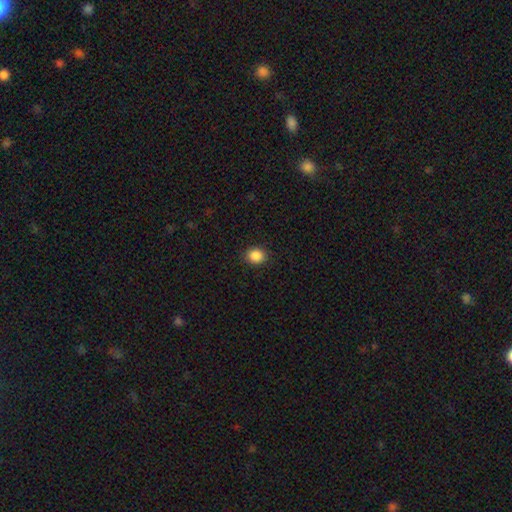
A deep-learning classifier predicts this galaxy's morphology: Q: Smooth or featured?
A: smooth (88%); runner-up: star or artifact (9%)
Q: How rounded?
A: round (65%); runner-up: in between (34%)
Q: Merging?
A: none (90%); runner-up: minor disturbance (7%)